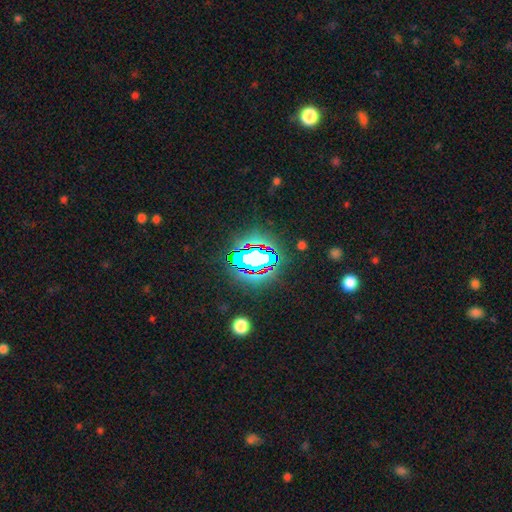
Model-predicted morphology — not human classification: This appears to be a star or artifact, not a galaxy (68%).